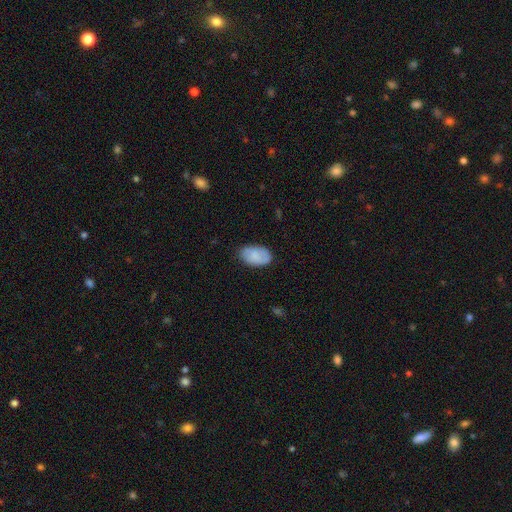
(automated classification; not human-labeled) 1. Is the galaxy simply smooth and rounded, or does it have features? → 80% smooth, 13% featured or disk, 6% star or artifact.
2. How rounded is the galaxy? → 93% in between, 6% round, 1% cigar-shaped.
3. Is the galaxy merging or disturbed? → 77% none, 18% minor disturbance, 4% major disturbance, 1% merger.